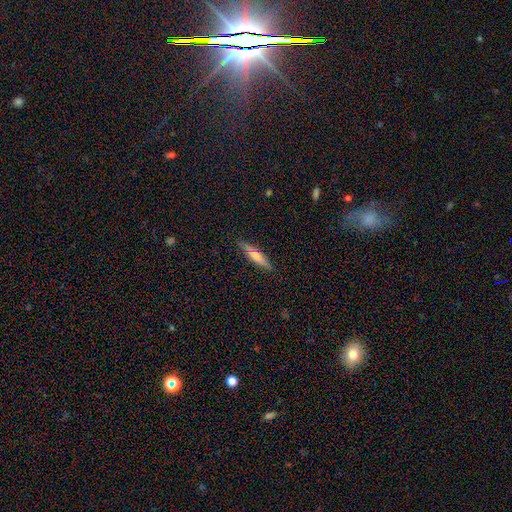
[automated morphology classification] Smooth or featured: smooth — 55% (featured or disk — 38%)
How rounded: cigar-shaped — 85% (in between — 13%)
Merging: none — 86% (minor disturbance — 10%)